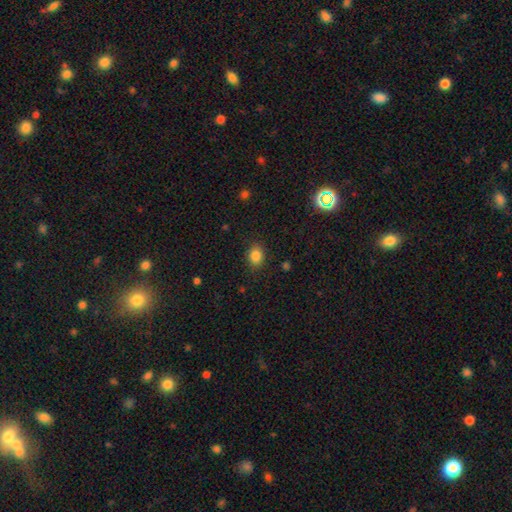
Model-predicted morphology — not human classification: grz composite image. It shows a smooth galaxy with no disk features (85%) that is in between round and cigar-shaped (55%). Merging: none (87%).